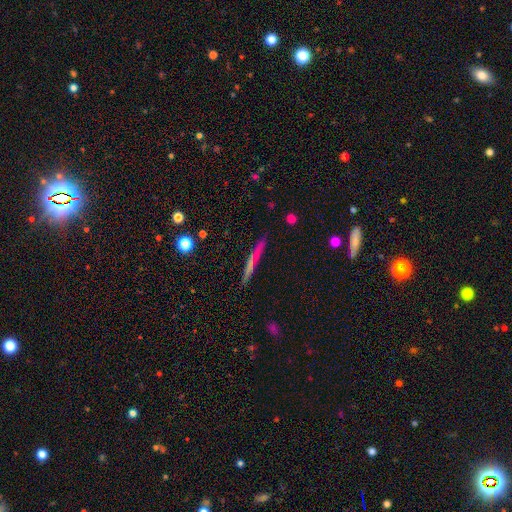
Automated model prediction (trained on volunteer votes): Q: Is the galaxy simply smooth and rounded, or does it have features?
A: smooth — 53%.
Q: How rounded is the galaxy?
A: cigar-shaped — 95%.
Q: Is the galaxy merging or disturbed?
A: none — 85%.